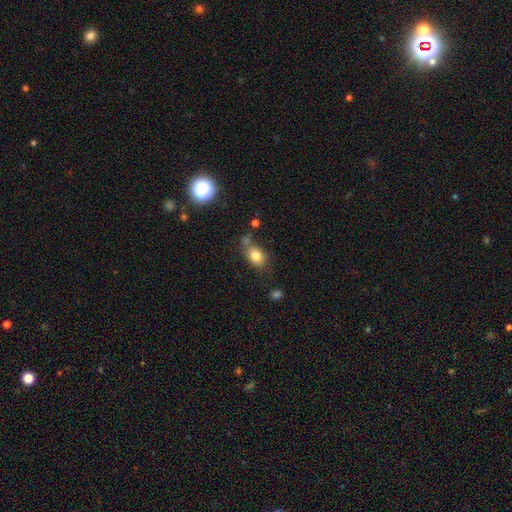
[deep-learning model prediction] Smooth or featured?
  - smooth: 81% *
  - star or artifact: 10%
  - featured or disk: 9%
How rounded?
  - in between: 71% *
  - round: 27%
  - cigar-shaped: 2%
Merging?
  - none: 55% *
  - minor disturbance: 20%
  - merger: 17%
  - major disturbance: 8%